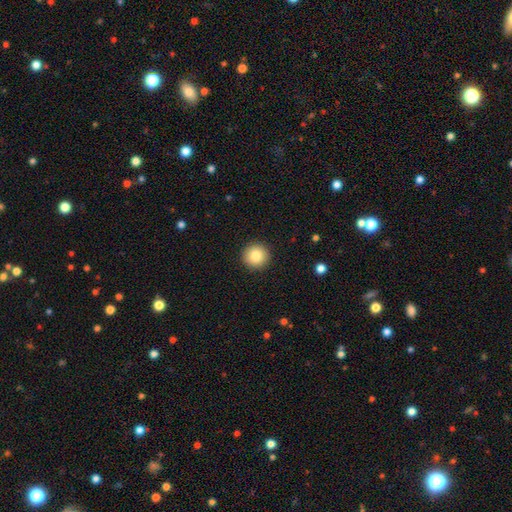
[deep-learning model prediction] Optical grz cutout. It shows a smooth galaxy with no disk features (85%) that is round (96%). Merging: none (93%).